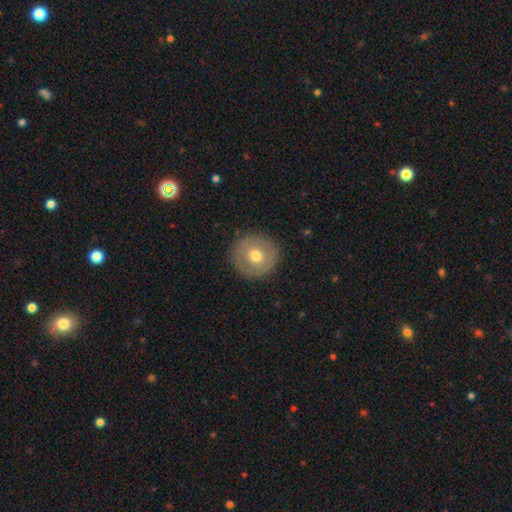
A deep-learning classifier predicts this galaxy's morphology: smooth 58%, featured or disk 35%, star or artifact 7%. Down the decision tree: how rounded — round (95%); merging — none (89%).